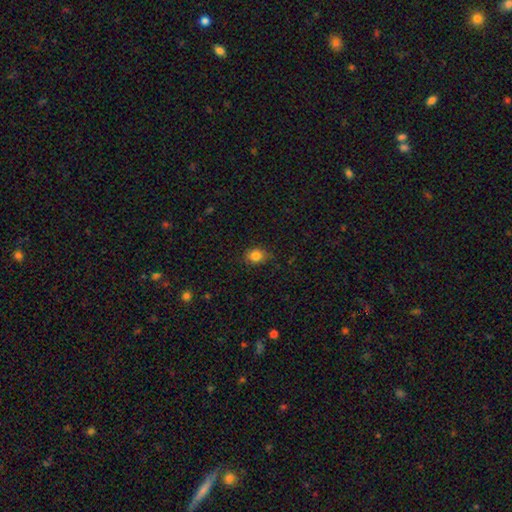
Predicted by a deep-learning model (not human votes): Smooth or featured: smooth — 83% (star or artifact — 11%)
How rounded: in between — 52% (round — 47%)
Merging: none — 77% (minor disturbance — 18%)